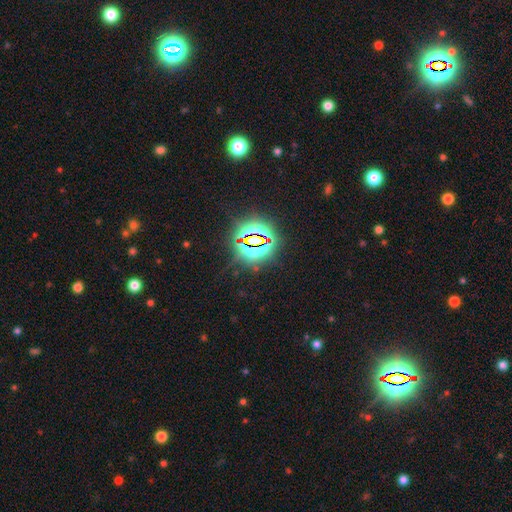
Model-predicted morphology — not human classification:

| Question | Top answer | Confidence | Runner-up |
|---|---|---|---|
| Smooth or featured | star or artifact | 80% | smooth (12%) |